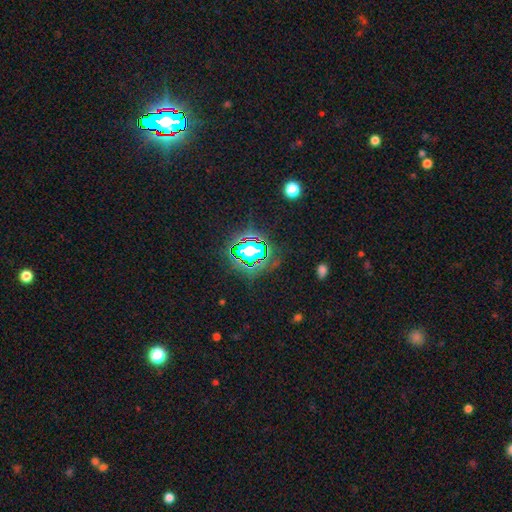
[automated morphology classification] smooth-or-featured: star or artifact: 74% | smooth: 17% | featured or disk: 10%